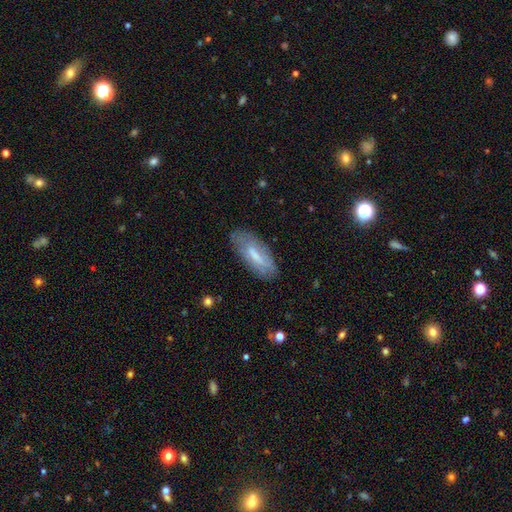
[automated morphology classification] smooth 59%, featured or disk 34%, star or artifact 7%. Down the decision tree: how rounded — in between (68%); merging — none (73%).